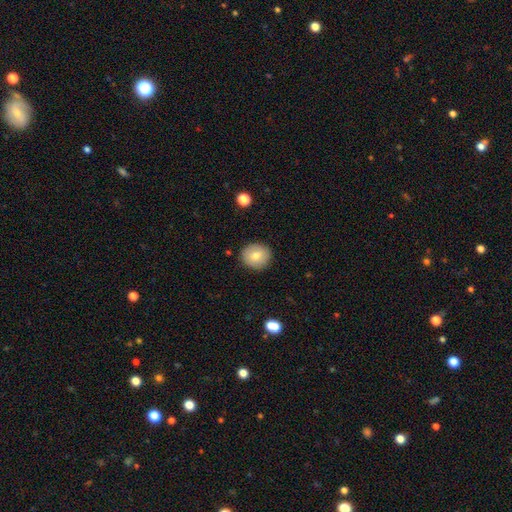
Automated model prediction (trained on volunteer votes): Smooth or featured? Predicted: smooth (p=0.75). How rounded? Predicted: round (p=0.82). Merging? Predicted: none (p=0.88).